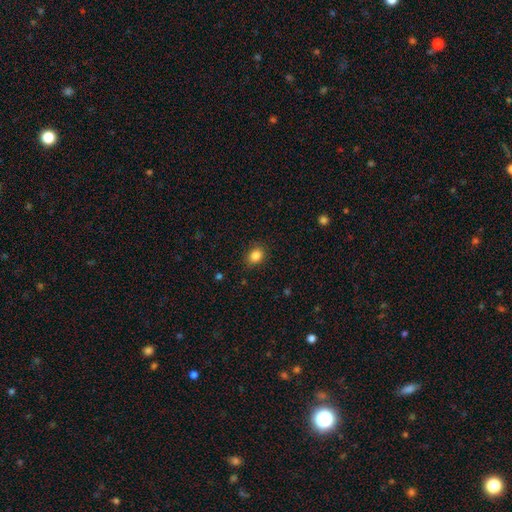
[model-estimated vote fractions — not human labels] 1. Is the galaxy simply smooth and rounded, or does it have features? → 85% smooth, 10% star or artifact, 4% featured or disk.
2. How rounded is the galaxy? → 50% round, 49% in between, 1% cigar-shaped.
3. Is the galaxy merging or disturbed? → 85% none, 12% minor disturbance, 3% major disturbance, 1% merger.